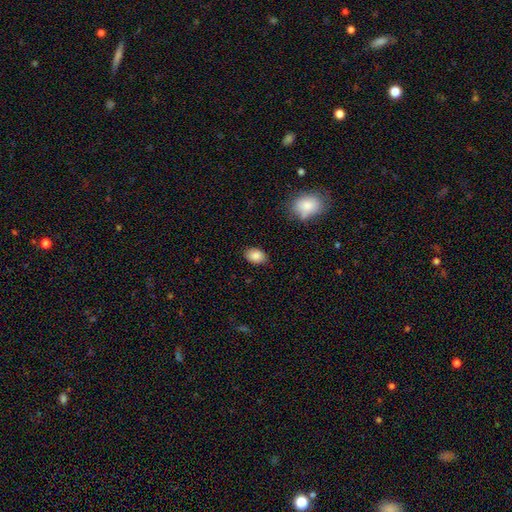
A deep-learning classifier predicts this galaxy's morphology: Smooth or featured: smooth — 88% (star or artifact — 8%)
How rounded: in between — 84% (round — 15%)
Merging: none — 86% (minor disturbance — 11%)